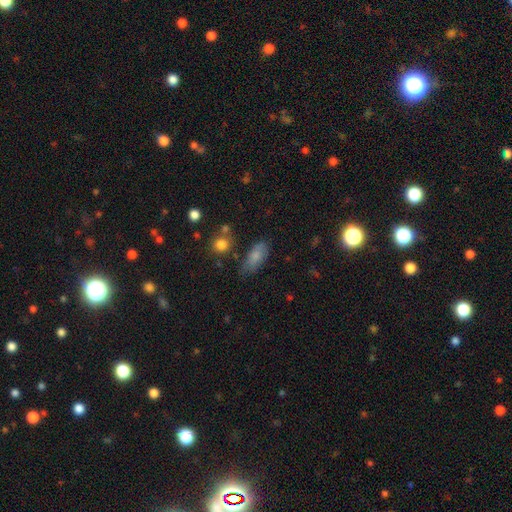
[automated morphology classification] Overall: smooth (80%). How rounded: in between (81%). Merging: none (66%).